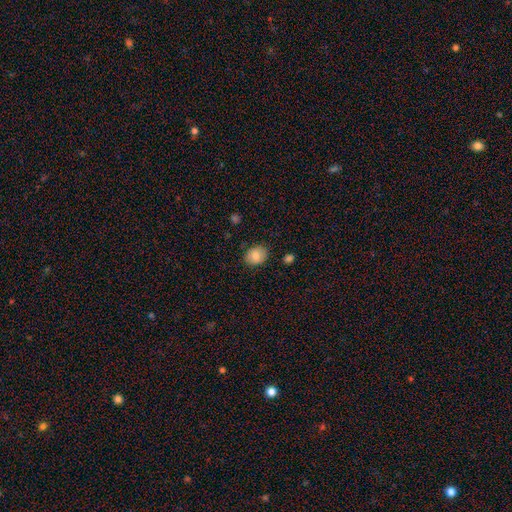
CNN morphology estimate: smooth_or_featured: smooth (p=0.82) [alt: featured or disk p=0.10]
how_rounded: in between (p=0.52) [alt: round p=0.47]
merging: none (p=0.85) [alt: minor disturbance p=0.11]